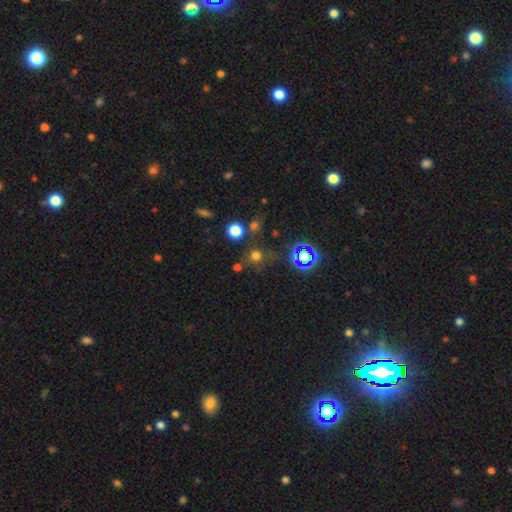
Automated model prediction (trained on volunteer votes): smooth 60%, star or artifact 32%, featured or disk 8%. Down the decision tree: how rounded — round (87%); merging — none (72%).